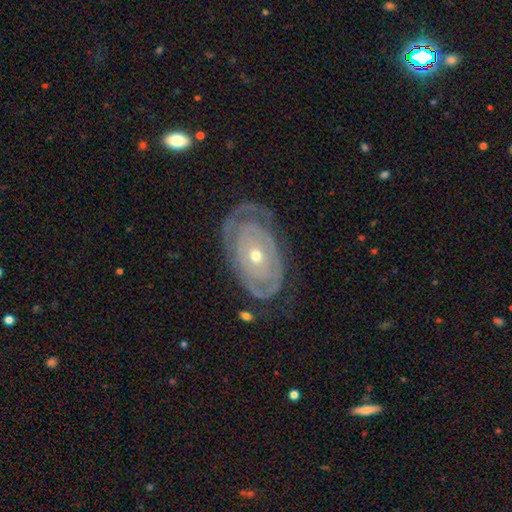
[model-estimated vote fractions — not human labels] Overall: featured or disk (82%). Edge-on disk: no (94%). Bar: no (84%). Spiral arms: yes (79%). Spiral arm count: can't tell (42%; 2 30%). Spiral winding: tight (82%). Bulge size: small (54%; moderate 42%). Merging: none (70%).